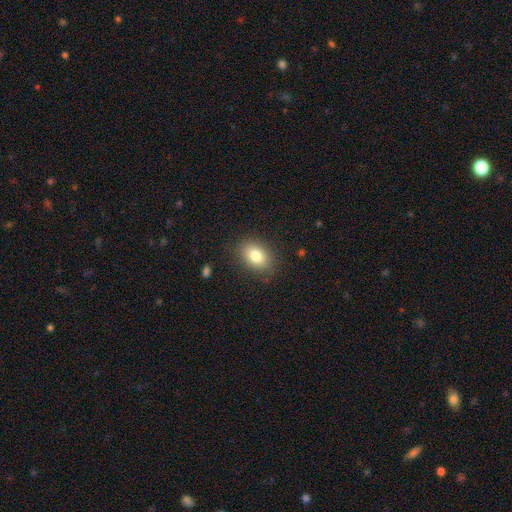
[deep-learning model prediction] This appears to be a smooth galaxy with no disk features (80%) that is in between round and cigar-shaped (77%). Merging: none (84%).